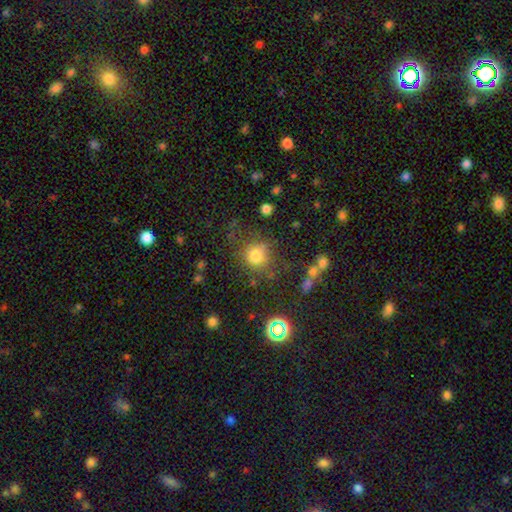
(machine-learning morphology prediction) type=smooth (76%); roundness=round (86%); merging=none (67%).